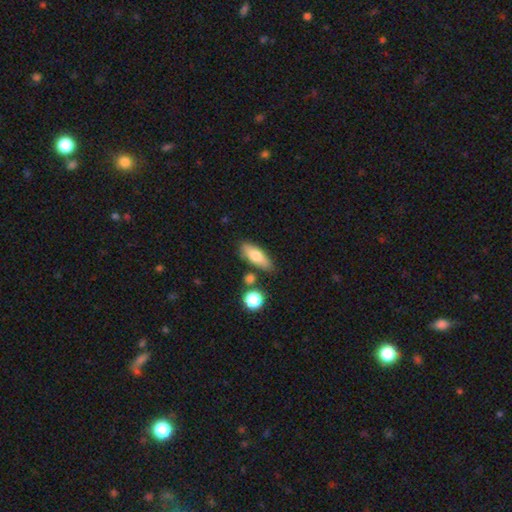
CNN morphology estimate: smooth-or-featured: smooth: 73% | featured or disk: 20% | star or artifact: 7%
  how-rounded: in between: 64% | cigar-shaped: 32% | round: 5%
  merging: none: 74% | minor disturbance: 14% | merger: 9% | major disturbance: 3%